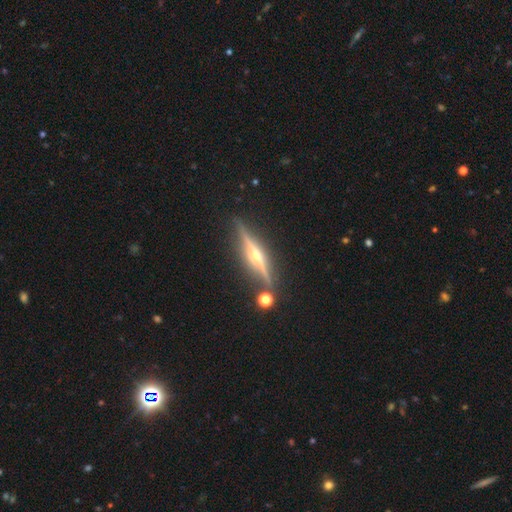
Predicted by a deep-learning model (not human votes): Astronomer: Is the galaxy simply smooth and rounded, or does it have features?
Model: featured or disk — 82%.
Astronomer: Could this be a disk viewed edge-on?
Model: yes — 98%.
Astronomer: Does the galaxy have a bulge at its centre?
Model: rounded — 91%.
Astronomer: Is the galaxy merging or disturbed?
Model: none — 85%.